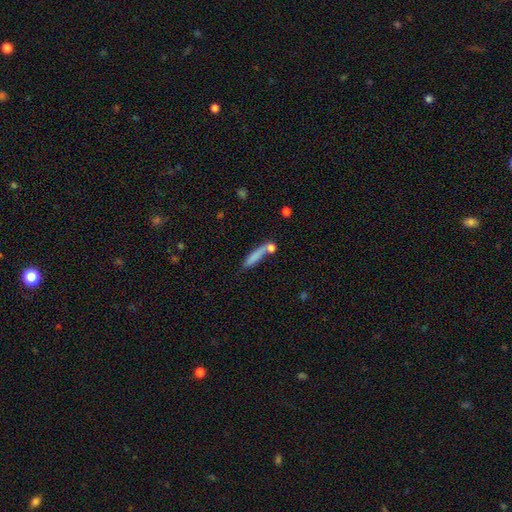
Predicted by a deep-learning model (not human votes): smooth 75%, featured or disk 17%, star or artifact 8%. Down the decision tree: how rounded — cigar-shaped (82%); merging — none (51%).